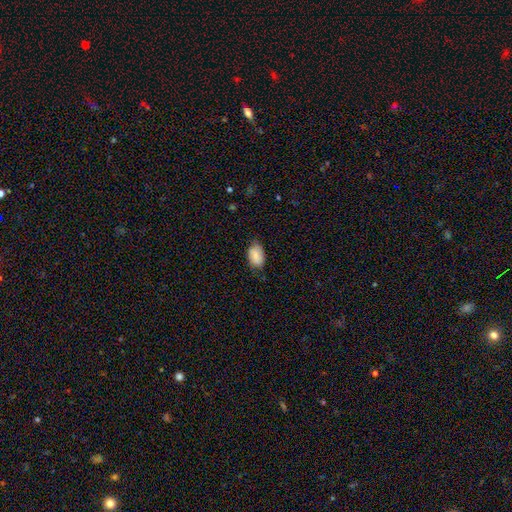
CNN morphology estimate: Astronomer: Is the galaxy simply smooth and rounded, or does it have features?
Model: smooth — 81%.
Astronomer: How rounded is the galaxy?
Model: in between — 89%.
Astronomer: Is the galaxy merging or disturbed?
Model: none — 68%.